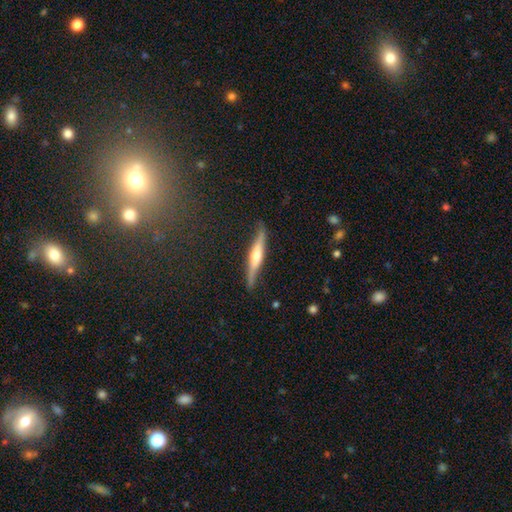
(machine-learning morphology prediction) Smooth or featured? Predicted: featured or disk (p=0.63). Edge-on disk? Predicted: yes (p=0.93). Edge-on bulge? Predicted: rounded (p=0.76). Merging? Predicted: none (p=0.81).